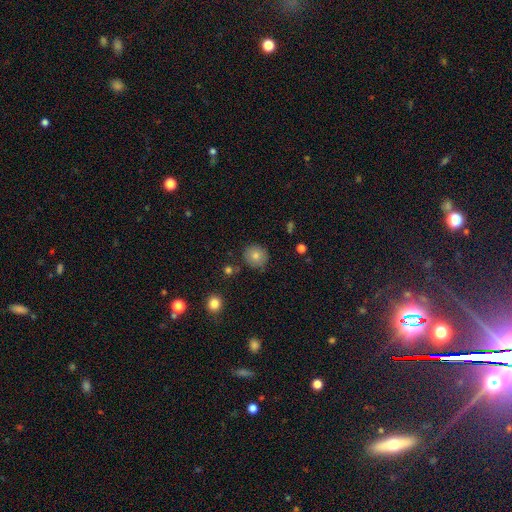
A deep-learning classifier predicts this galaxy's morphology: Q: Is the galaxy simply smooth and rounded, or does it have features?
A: smooth — 80%.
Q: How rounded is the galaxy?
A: round — 87%.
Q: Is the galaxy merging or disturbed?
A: none — 84%.